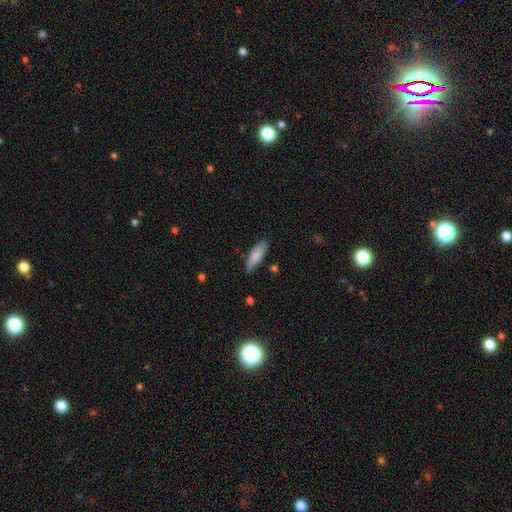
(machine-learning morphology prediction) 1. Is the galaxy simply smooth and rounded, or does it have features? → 82% smooth, 12% featured or disk, 6% star or artifact.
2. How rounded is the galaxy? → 57% in between, 42% cigar-shaped, 2% round.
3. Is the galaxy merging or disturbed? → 83% none, 13% minor disturbance, 2% major disturbance, 2% merger.